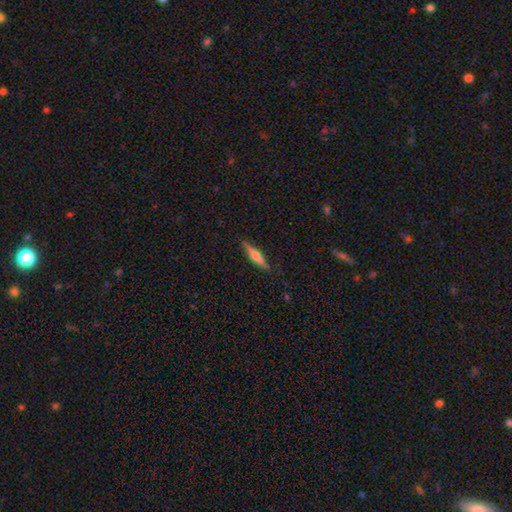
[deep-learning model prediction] Smooth or featured?
  - featured or disk: 49% *
  - smooth: 45%
  - star or artifact: 6%
Merging?
  - none: 88% *
  - minor disturbance: 9%
  - major disturbance: 2%
  - merger: 1%